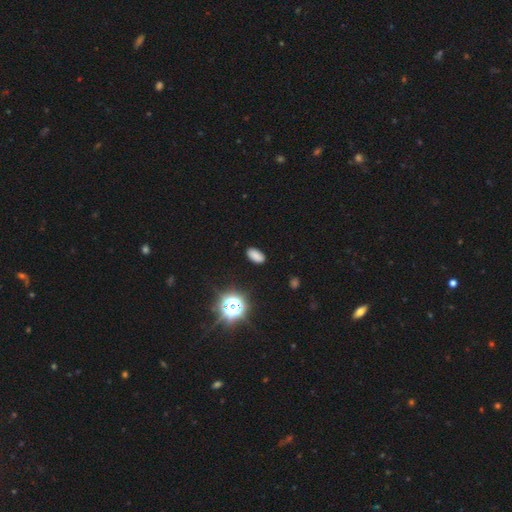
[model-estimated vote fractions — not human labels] Q: Smooth or featured?
A: smooth (78%); runner-up: star or artifact (17%)
Q: How rounded?
A: in between (91%); runner-up: round (5%)
Q: Merging?
A: none (87%); runner-up: minor disturbance (10%)